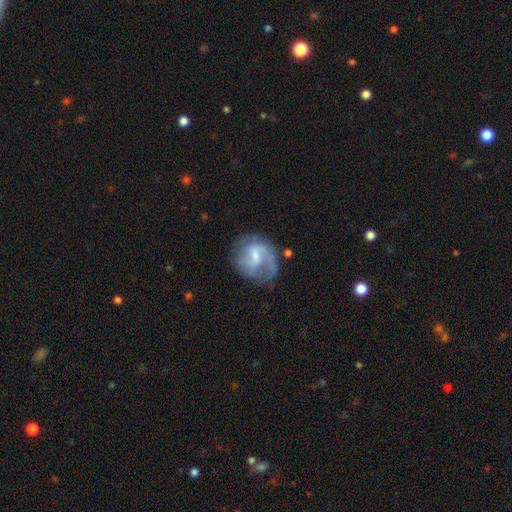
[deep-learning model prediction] Smooth or featured? Predicted: featured or disk (p=0.68). Edge-on disk? Predicted: no (p=0.98). Bar? Predicted: weak (p=0.57). Spiral arms? Predicted: yes (p=0.85). Spiral winding? Predicted: medium (p=0.44). Spiral arm count? Predicted: 2 (p=0.54). Bulge size? Predicted: small (p=0.42). Merging? Predicted: none (p=0.56).